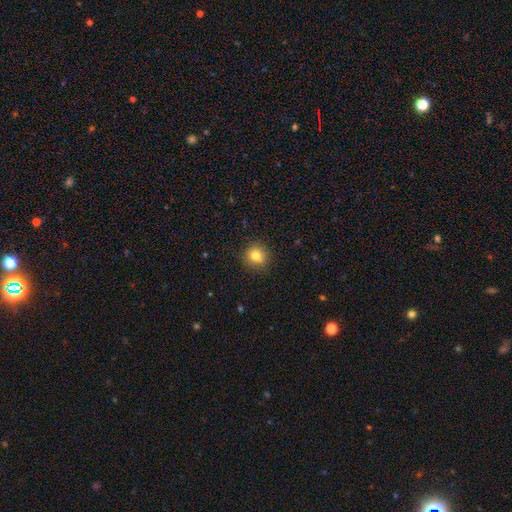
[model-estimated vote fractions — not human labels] Smooth or featured? smooth (80%)
How rounded? round (84%)
Merging? none (84%)